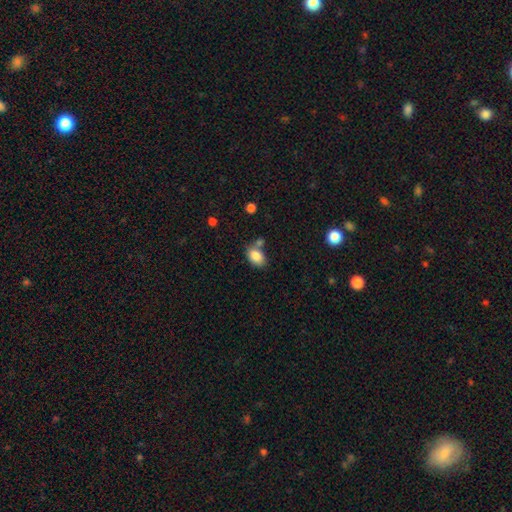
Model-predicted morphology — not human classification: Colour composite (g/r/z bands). It shows a smooth galaxy with no disk features (84%) that is in between round and cigar-shaped (83%). Merging: none (57%).